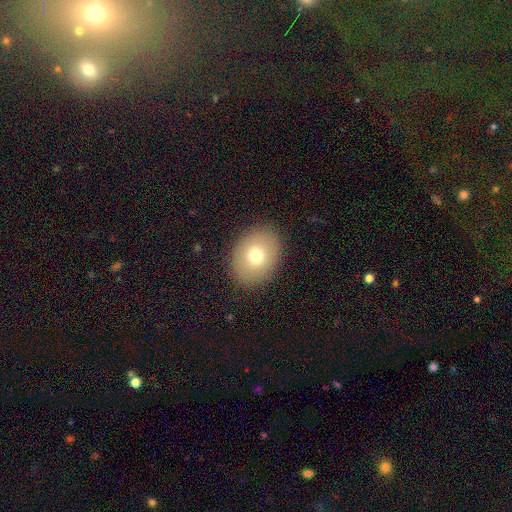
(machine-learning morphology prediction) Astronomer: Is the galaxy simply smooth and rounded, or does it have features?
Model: smooth — 73%.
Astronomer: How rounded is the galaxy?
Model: in between — 60% (runner-up: round, 39%).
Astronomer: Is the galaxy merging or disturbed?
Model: none — 88%.